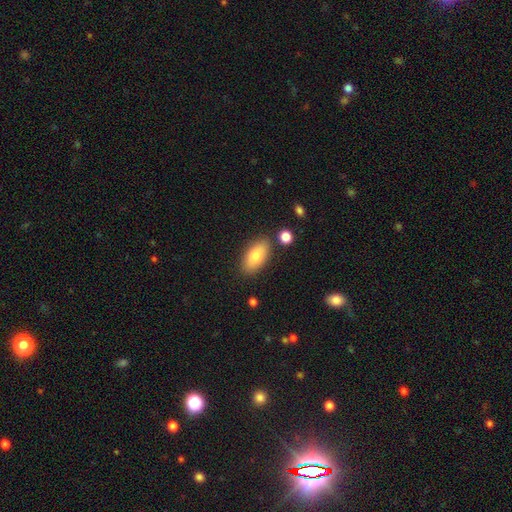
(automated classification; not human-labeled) Overall: smooth (78%). How rounded: in between (90%). Merging: none (83%).